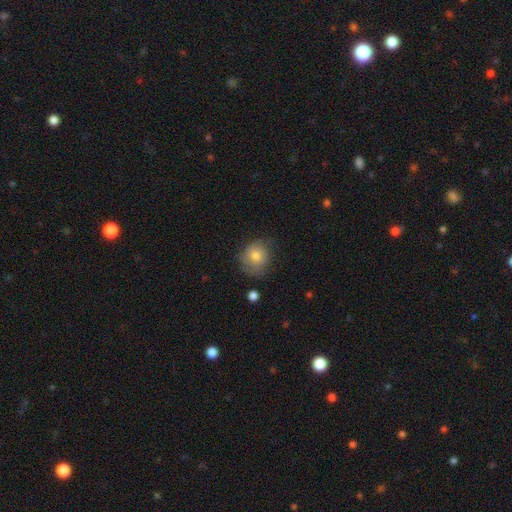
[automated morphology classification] smooth-or-featured: smooth: 73% | featured or disk: 18% | star or artifact: 9%
  how-rounded: round: 78% | in between: 21% | cigar-shaped: 1%
  merging: none: 63% | minor disturbance: 27% | major disturbance: 9% | merger: 2%